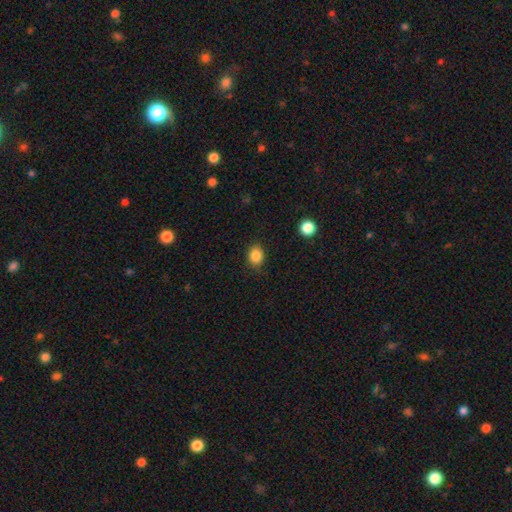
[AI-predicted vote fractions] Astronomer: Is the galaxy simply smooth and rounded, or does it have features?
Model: smooth — 86%.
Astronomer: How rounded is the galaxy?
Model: round — 56% (runner-up: in between, 43%).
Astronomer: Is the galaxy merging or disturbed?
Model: none — 83%.